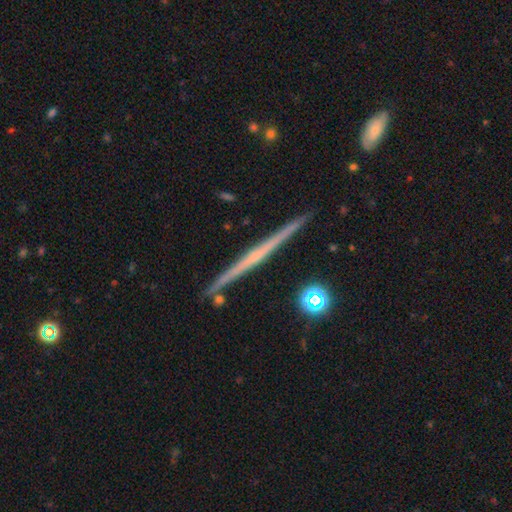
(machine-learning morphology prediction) smooth-or-featured: featured or disk: 74% | smooth: 20% | star or artifact: 6%
  disk-edge-on: yes: 98% | no: 2%
    edge-on-bulge: none: 66% | rounded: 27% | boxy: 6%
  merging: none: 90% | minor disturbance: 7% | merger: 2% | major disturbance: 1%